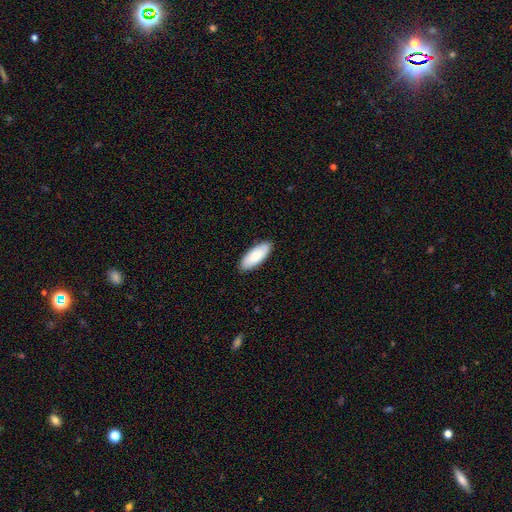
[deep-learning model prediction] Smooth or featured: smooth — 87% (featured or disk — 8%)
How rounded: in between — 81% (cigar-shaped — 18%)
Merging: none — 88% (minor disturbance — 9%)